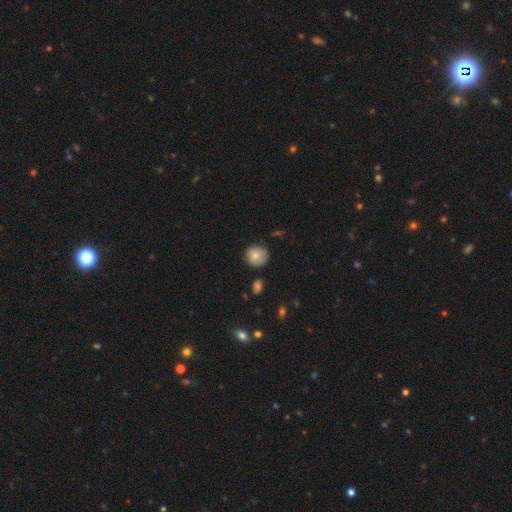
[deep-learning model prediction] Q: Smooth or featured?
A: smooth (79%); runner-up: featured or disk (11%)
Q: How rounded?
A: round (86%); runner-up: in between (13%)
Q: Merging?
A: none (77%); runner-up: minor disturbance (17%)